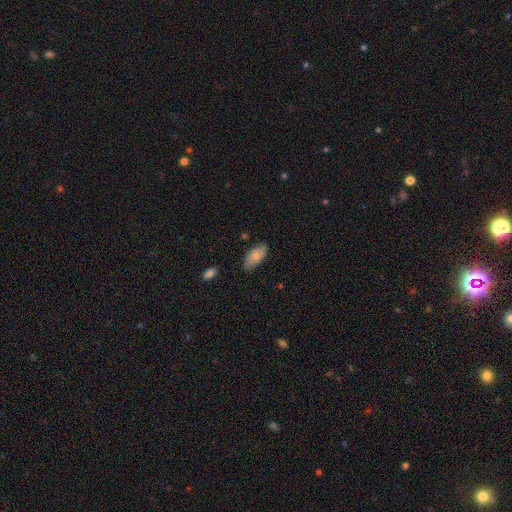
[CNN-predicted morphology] A smooth galaxy with no disk features (80%) that is in between round and cigar-shaped (91%).

Vote fractions:
- Smooth or featured? smooth: 80% / featured or disk: 14% / star or artifact: 7%
- How rounded? in between: 91% / cigar-shaped: 7% / round: 2%
- Merging? none: 78% / minor disturbance: 18% / major disturbance: 3% / merger: 1%